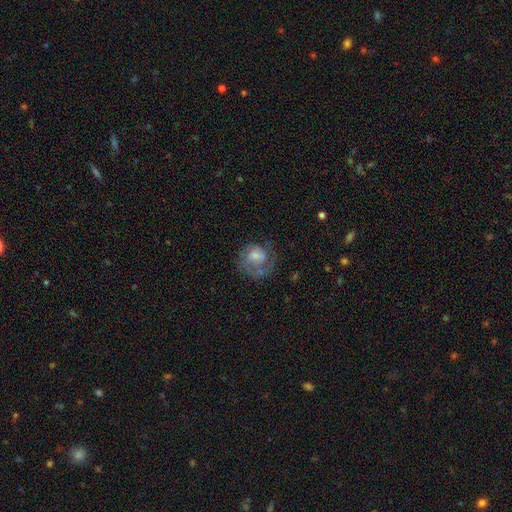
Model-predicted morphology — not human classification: Overall: featured or disk (58%; smooth 32%). Edge-on disk: no (97%). Bar: no (67%; weak 28%). Spiral arms: yes (76%). Bulge size: moderate (39%; small 36%). Merging: none (53%; major disturbance 25%).